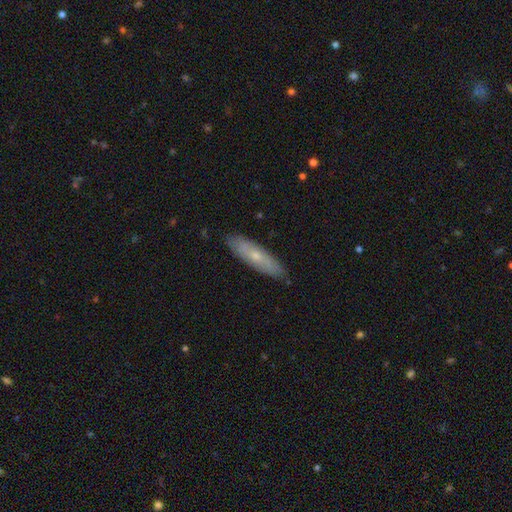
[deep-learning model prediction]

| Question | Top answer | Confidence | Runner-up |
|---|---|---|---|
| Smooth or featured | smooth | 47% | featured or disk (46%) |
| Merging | none | 85% | minor disturbance (12%) |